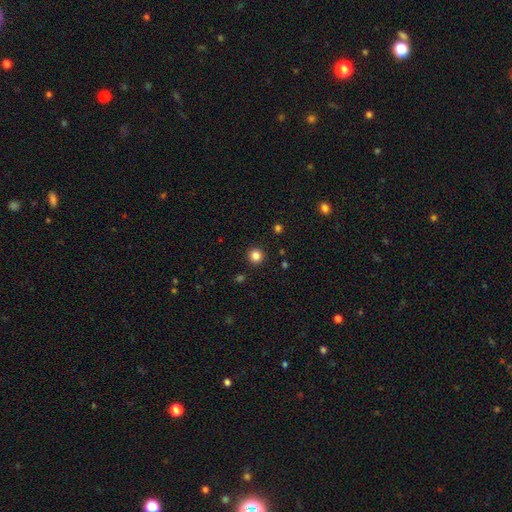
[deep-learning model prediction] This appears to be a smooth galaxy with no disk features (84%) that is round (95%). Merging: none (93%).